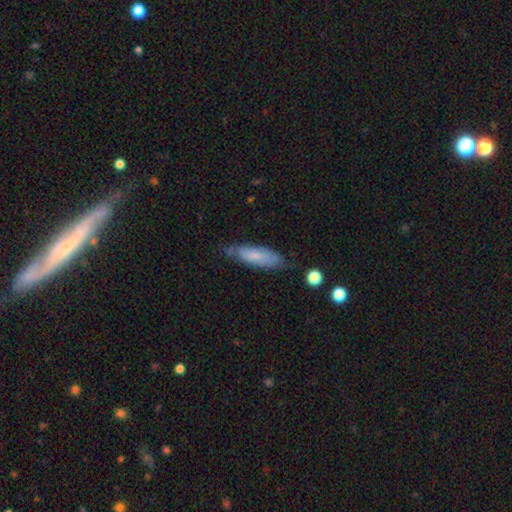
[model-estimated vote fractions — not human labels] smooth 66%, featured or disk 27%, star or artifact 7%. Down the decision tree: how rounded — cigar-shaped (56%); merging — none (66%).